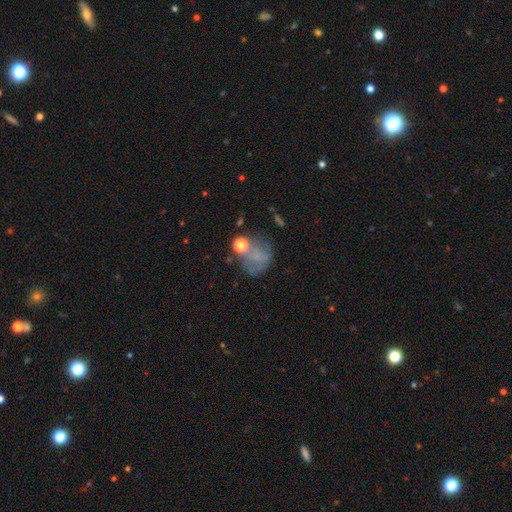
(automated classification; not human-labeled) This is possibly a smooth galaxy (49%). Merging: marginally none (40%).